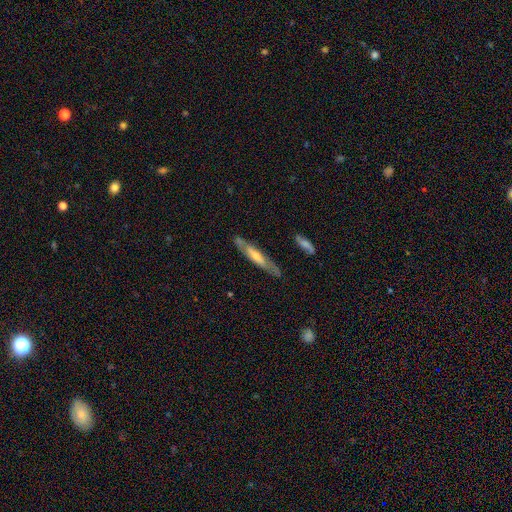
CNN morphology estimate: Q: Smooth or featured?
A: featured or disk (61%); runner-up: smooth (33%)
Q: Edge-on disk?
A: yes (58%); runner-up: no (42%)
Q: Merging?
A: none (78%); runner-up: minor disturbance (16%)